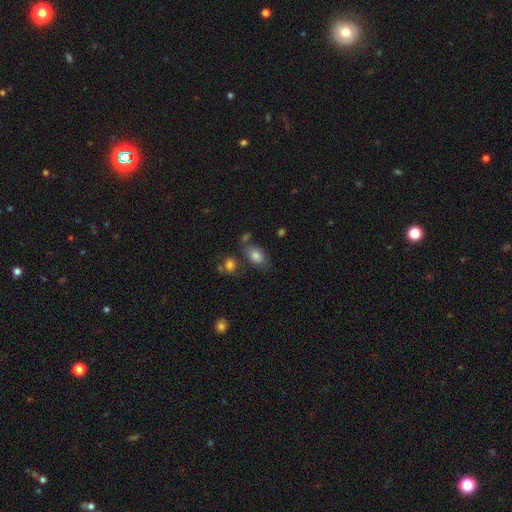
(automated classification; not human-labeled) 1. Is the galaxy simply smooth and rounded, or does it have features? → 82% smooth, 10% featured or disk, 8% star or artifact.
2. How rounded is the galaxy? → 89% in between, 9% round, 2% cigar-shaped.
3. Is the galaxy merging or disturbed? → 65% none, 17% minor disturbance, 12% merger, 6% major disturbance.